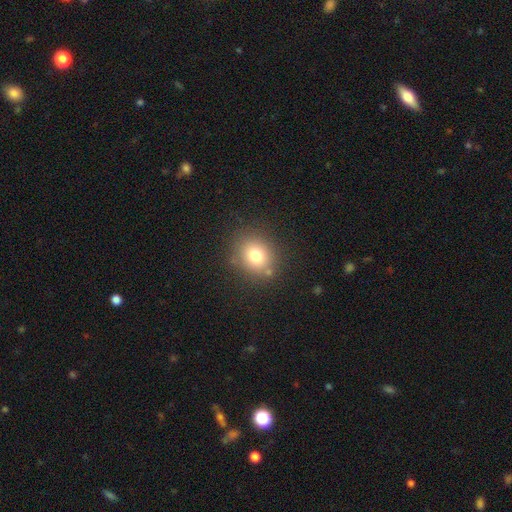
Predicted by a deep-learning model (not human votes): This is likely a smooth galaxy (76%). How rounded: likely round (70%). Merging: clearly none (81%).